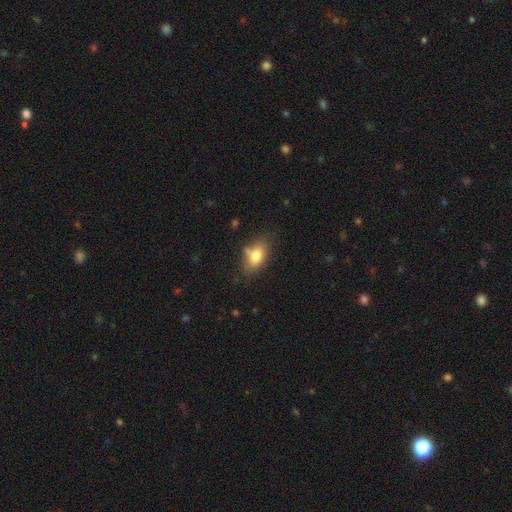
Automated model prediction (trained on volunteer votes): This is likely a smooth galaxy (76%). How rounded: clearly in between (86%). Merging: likely none (62%).